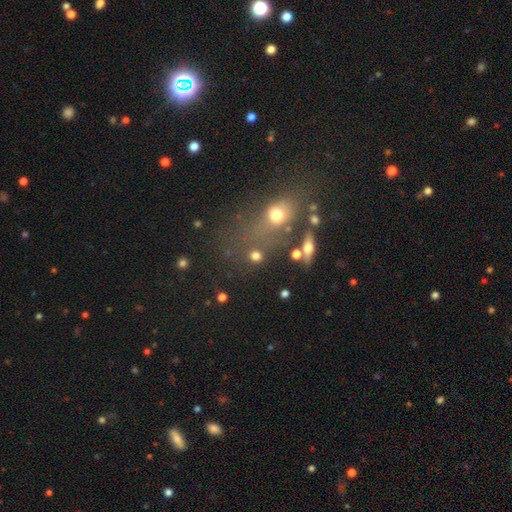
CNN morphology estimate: Smooth or featured?
  - smooth: 72% *
  - star or artifact: 18%
  - featured or disk: 11%
How rounded?
  - round: 77% *
  - in between: 20%
  - cigar-shaped: 3%
Merging?
  - none: 62% *
  - merger: 20%
  - minor disturbance: 10%
  - major disturbance: 8%